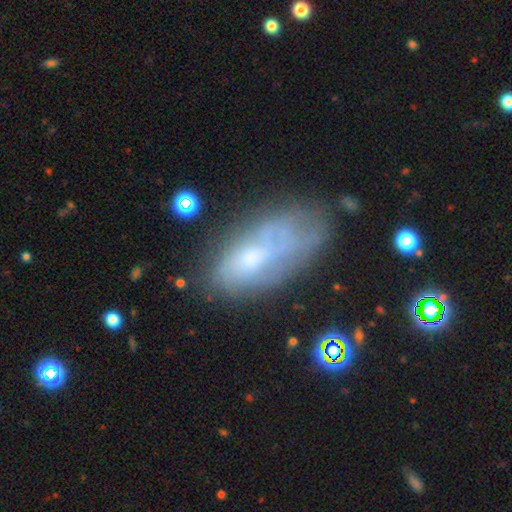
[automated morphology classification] A smooth galaxy with no disk features (45%).

Vote fractions:
- Smooth or featured? smooth: 45% / featured or disk: 44% / star or artifact: 10%
- Merging? none: 52% / minor disturbance: 27% / major disturbance: 15% / merger: 6%